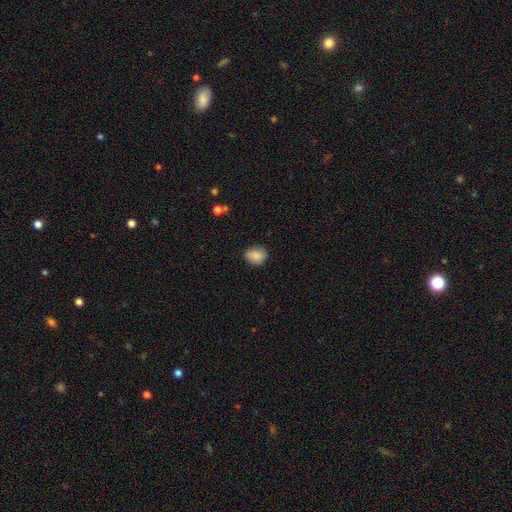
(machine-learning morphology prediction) Smooth or featured? Predicted: smooth (p=0.85). How rounded? Predicted: round (p=0.52). Merging? Predicted: none (p=0.78).